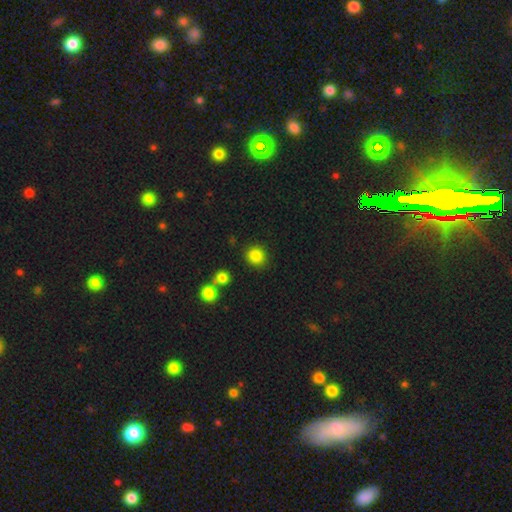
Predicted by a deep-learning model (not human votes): The model was most divided on "how rounded": round: 86%, in between: 13%, cigar-shaped: 1%. More confident: smooth or featured — smooth (86%); merging — none (85%).